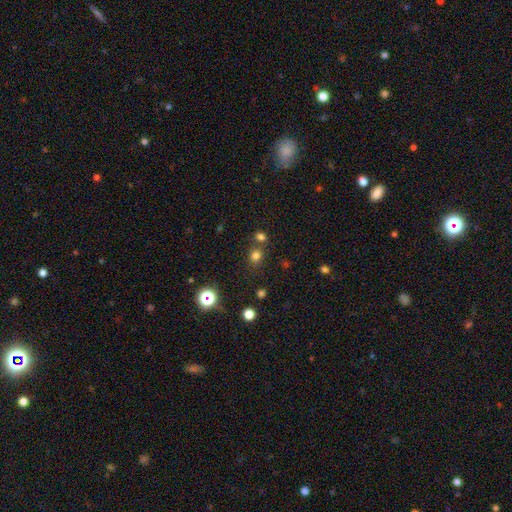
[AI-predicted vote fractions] This appears to be a smooth galaxy with no disk features (73%) that is round (73%). Merging: none (70%).